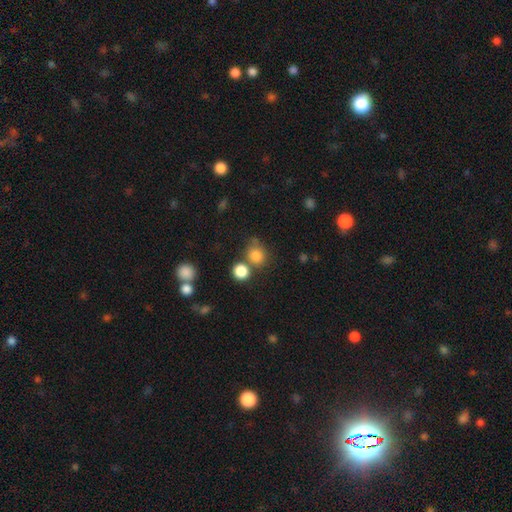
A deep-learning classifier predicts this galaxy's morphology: The model was most divided on "merging": none: 61%, merger: 21%, minor disturbance: 13%, major disturbance: 5%. More confident: smooth or featured — smooth (81%); how rounded — round (79%).